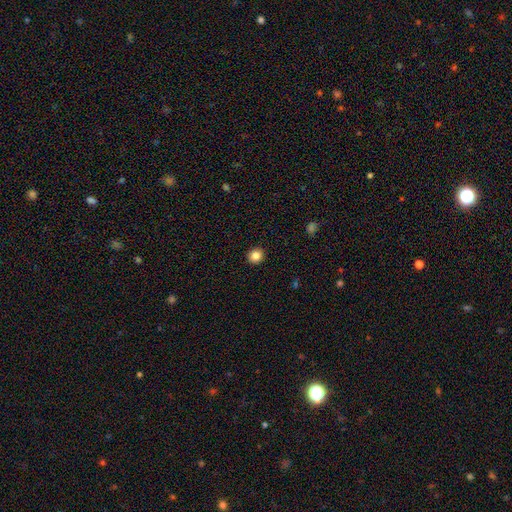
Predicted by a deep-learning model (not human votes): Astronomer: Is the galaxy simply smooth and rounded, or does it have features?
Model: smooth — 85%.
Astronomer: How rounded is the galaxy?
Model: round — 87%.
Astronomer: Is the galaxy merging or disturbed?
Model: none — 93%.